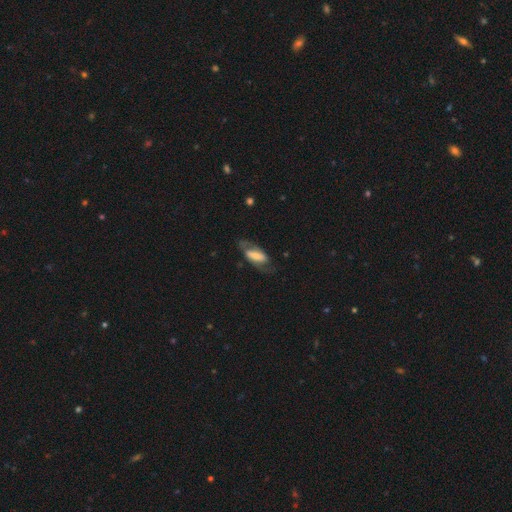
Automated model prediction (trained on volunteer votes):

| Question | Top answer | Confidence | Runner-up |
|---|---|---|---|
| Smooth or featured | featured or disk | 57% | smooth (36%) |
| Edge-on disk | no | 88% | yes (12%) |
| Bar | strong | 45% | weak (32%) |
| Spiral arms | yes | 78% | no (22%) |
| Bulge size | small | 31% | moderate (28%) |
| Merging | none | 60% | minor disturbance (21%) |